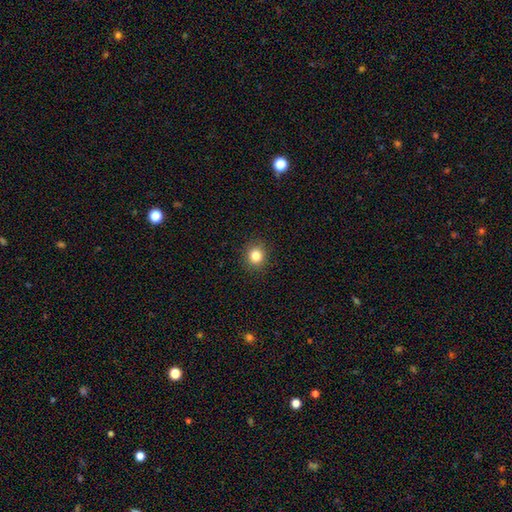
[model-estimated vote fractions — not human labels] Overall: smooth (83%). How rounded: round (85%). Merging: none (91%).